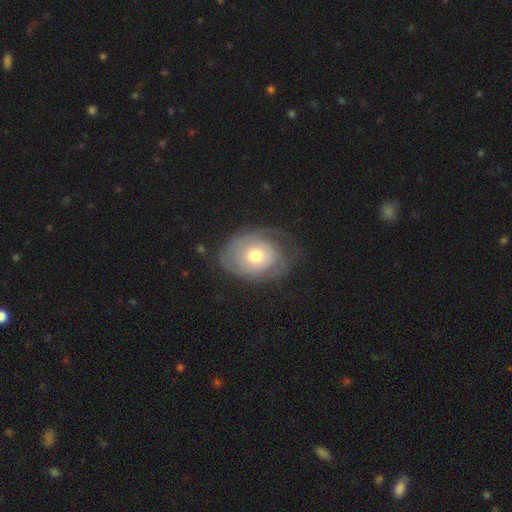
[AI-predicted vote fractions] Overall: featured or disk (66%; smooth 28%). Edge-on disk: no (96%). Bar: no (83%). Spiral arms: yes (81%). Spiral arm count: can't tell (43%; 2 30%). Spiral winding: tight (67%). Bulge size: moderate (66%). Merging: none (63%).